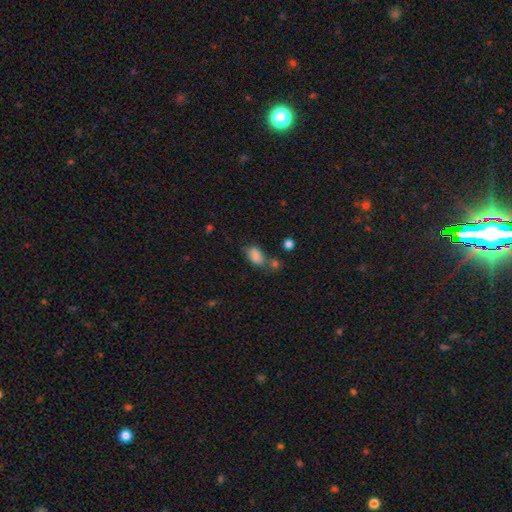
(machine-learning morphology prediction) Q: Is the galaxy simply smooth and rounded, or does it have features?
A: smooth — 84%.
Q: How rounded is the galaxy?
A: in between — 90%.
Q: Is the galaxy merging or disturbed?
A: none — 52%.